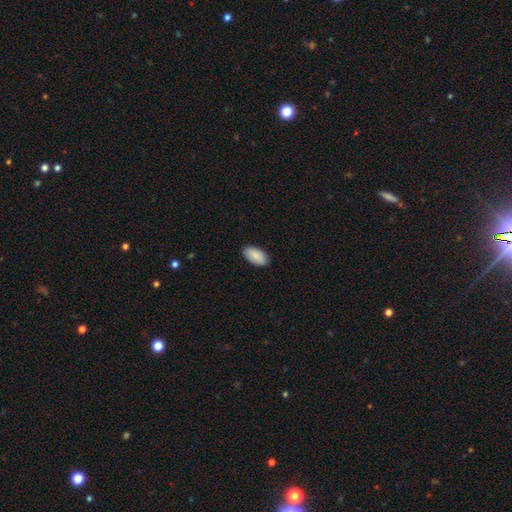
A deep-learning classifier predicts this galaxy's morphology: Overall: smooth (88%). How rounded: in between (95%). Merging: none (87%).